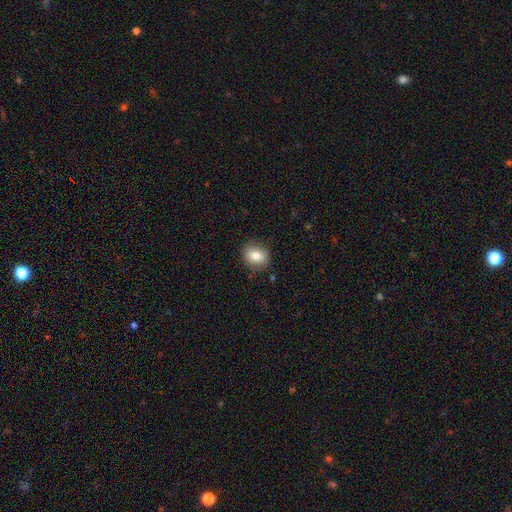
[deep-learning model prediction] Morphology: type=smooth (78%); roundness=round (55%); merging=none (84%).